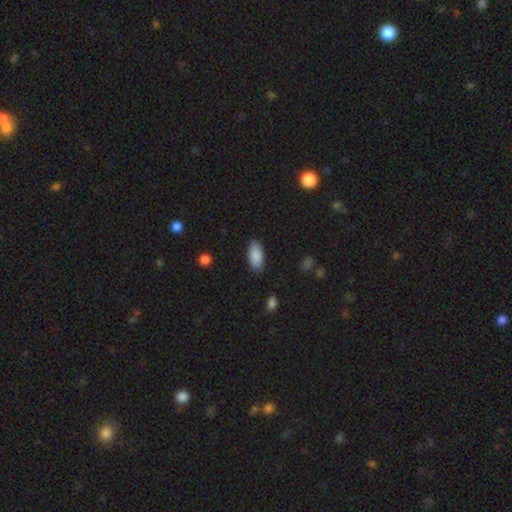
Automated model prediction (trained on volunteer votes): A smooth galaxy with no disk features (88%) that is in between round and cigar-shaped (91%). Merging: none (85%).